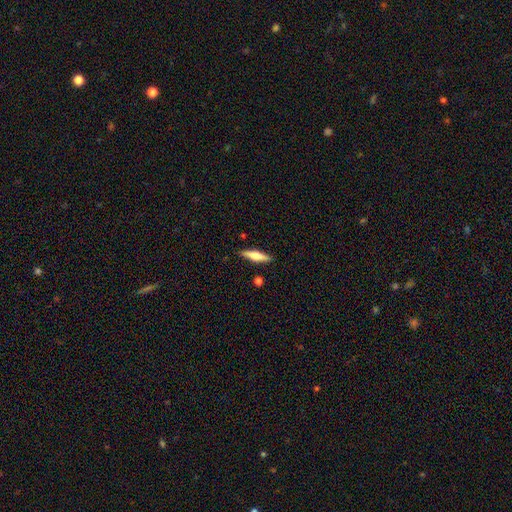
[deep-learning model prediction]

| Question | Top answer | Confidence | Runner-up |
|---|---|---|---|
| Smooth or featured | smooth | 48% | featured or disk (46%) |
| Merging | none | 87% | minor disturbance (9%) |